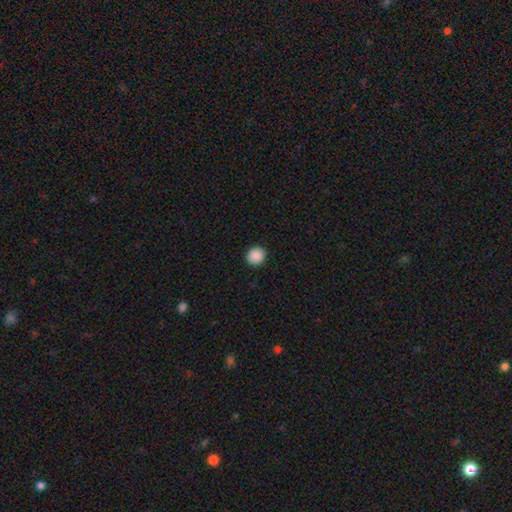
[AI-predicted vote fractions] A smooth galaxy with no disk features (89%) that is round (91%). Merging: none (93%).